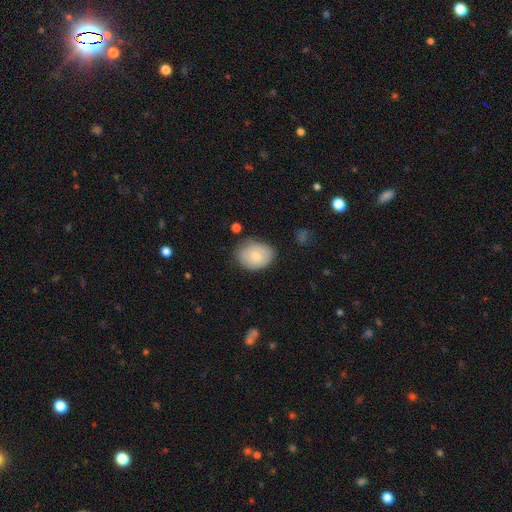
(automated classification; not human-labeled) smooth-or-featured: smooth: 73% | featured or disk: 21% | star or artifact: 7%
  how-rounded: in between: 64% | round: 35% | cigar-shaped: 1%
  merging: none: 69% | minor disturbance: 24% | major disturbance: 5% | merger: 2%